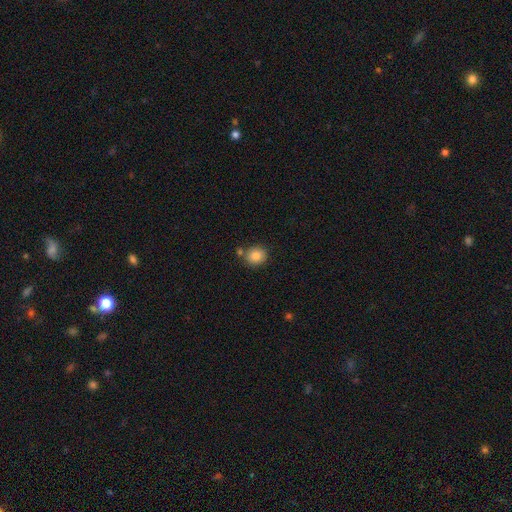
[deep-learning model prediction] Morphology: type=smooth (86%); roundness=round (80%); merging=none (74%).